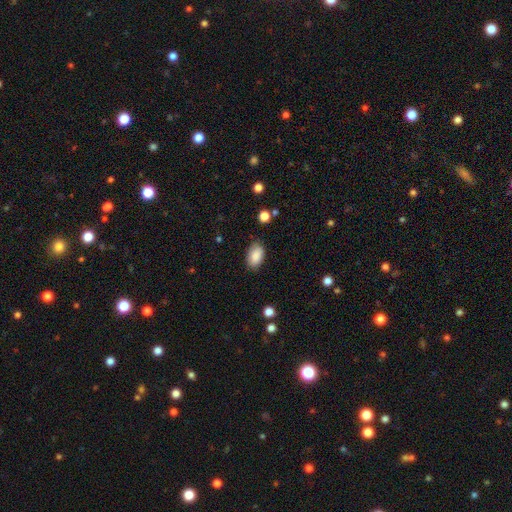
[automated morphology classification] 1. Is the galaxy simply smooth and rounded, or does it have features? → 88% smooth, 7% star or artifact, 5% featured or disk.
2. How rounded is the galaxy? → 91% in between, 7% round, 1% cigar-shaped.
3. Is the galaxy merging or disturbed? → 83% none, 13% minor disturbance, 3% major disturbance, 1% merger.